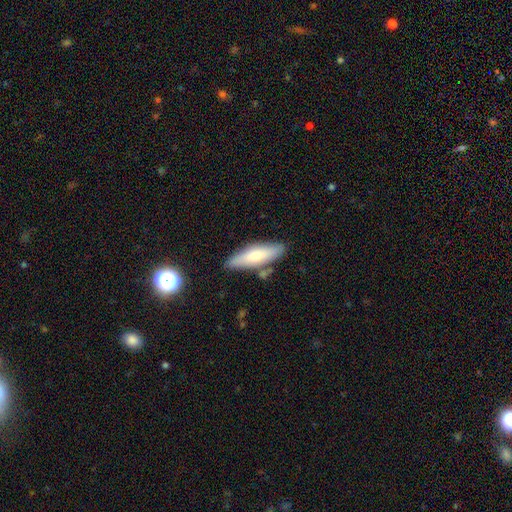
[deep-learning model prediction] Morphology: type=smooth (69%); roundness=cigar-shaped (56%); merging=none (77%).